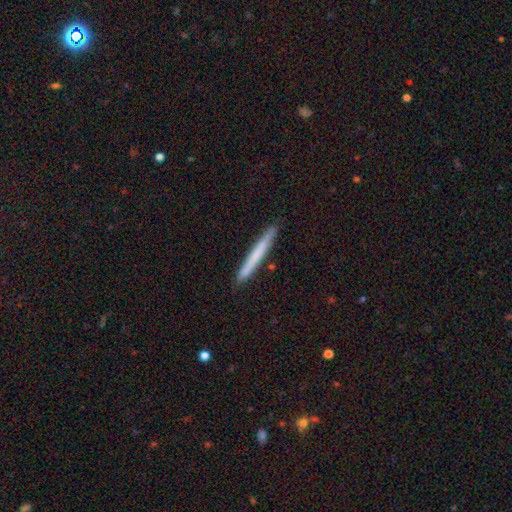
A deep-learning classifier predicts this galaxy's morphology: smooth_or_featured: smooth (p=0.61) [alt: featured or disk p=0.33]
how_rounded: cigar-shaped (p=0.97) [alt: in between p=0.02]
merging: none (p=0.90) [alt: minor disturbance p=0.07]